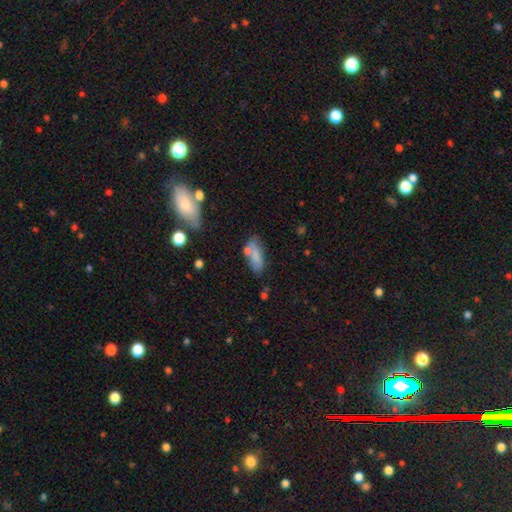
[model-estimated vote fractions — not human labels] Smooth or featured? Predicted: smooth (p=0.76). How rounded? Predicted: in between (p=0.81). Merging? Predicted: none (p=0.57).